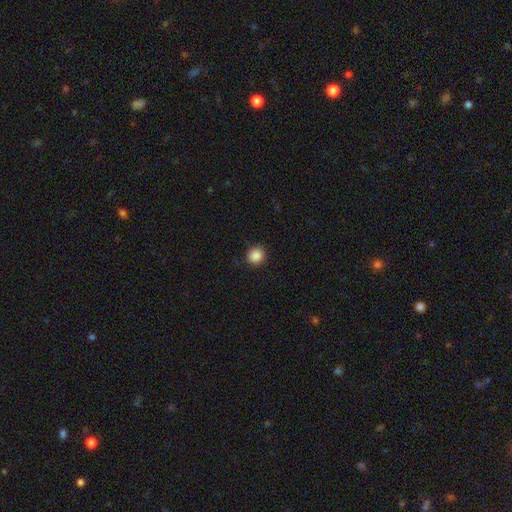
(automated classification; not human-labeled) Morphology: type=smooth (88%); roundness=round (88%); merging=none (89%).